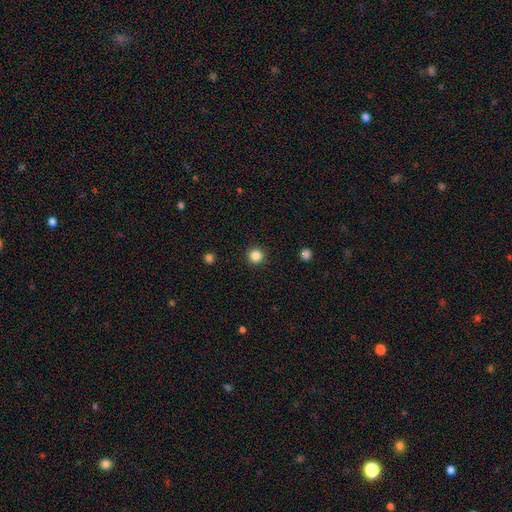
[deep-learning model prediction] A smooth galaxy with no disk features (85%) that is round (96%). Merging: none (93%).